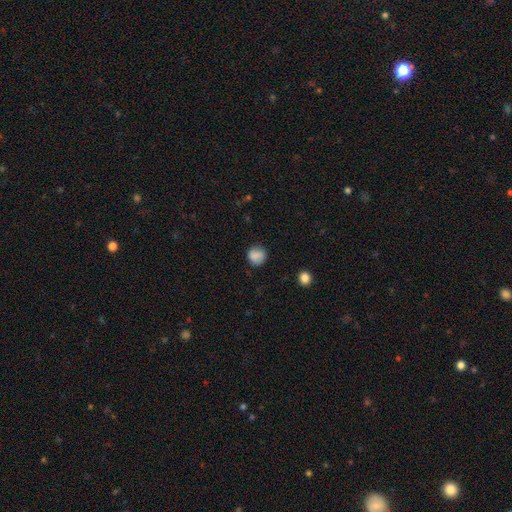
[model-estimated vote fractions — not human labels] Smooth or featured? Predicted: smooth (p=0.83). How rounded? Predicted: round (p=0.83). Merging? Predicted: none (p=0.75).